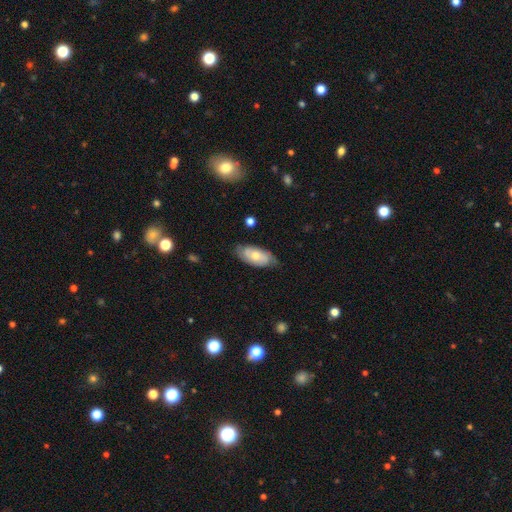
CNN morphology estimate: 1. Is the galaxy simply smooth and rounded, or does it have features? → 48% smooth, 46% featured or disk, 6% star or artifact.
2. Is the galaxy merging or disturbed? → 72% none, 22% minor disturbance, 4% major disturbance, 1% merger.